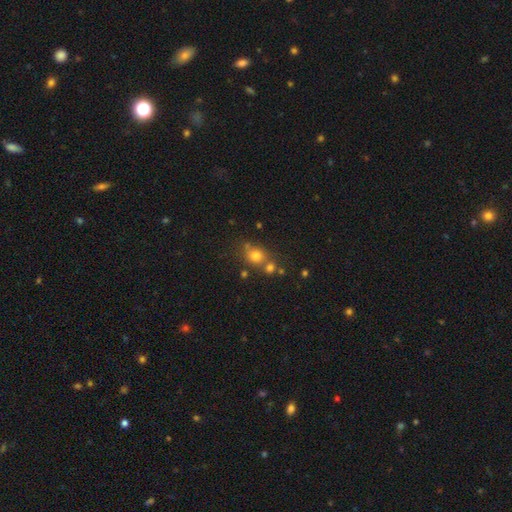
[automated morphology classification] Smooth or featured? Predicted: smooth (p=0.74). How rounded? Predicted: round (p=0.71). Merging? Predicted: none (p=0.55).